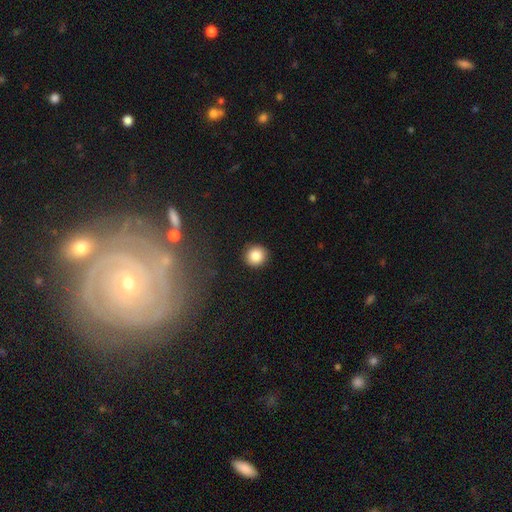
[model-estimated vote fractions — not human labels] Morphology: type=smooth (85%); roundness=round (94%); merging=none (92%).